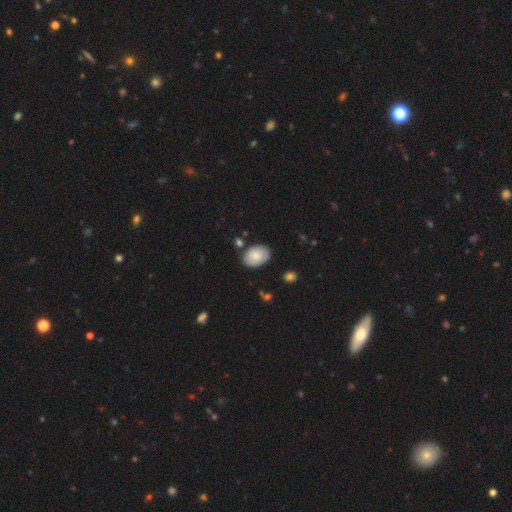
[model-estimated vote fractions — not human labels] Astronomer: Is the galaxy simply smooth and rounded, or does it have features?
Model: smooth — 78%.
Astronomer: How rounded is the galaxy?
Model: in between — 83%.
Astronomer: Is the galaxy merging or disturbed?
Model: none — 79%.